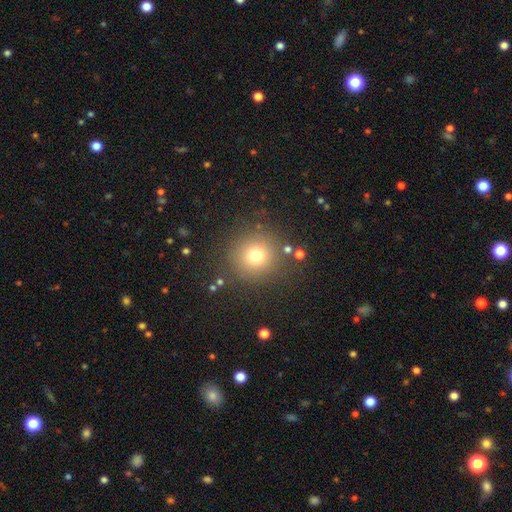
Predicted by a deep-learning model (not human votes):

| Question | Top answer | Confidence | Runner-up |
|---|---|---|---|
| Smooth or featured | smooth | 74% | star or artifact (17%) |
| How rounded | round | 93% | in between (6%) |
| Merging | none | 85% | minor disturbance (8%) |